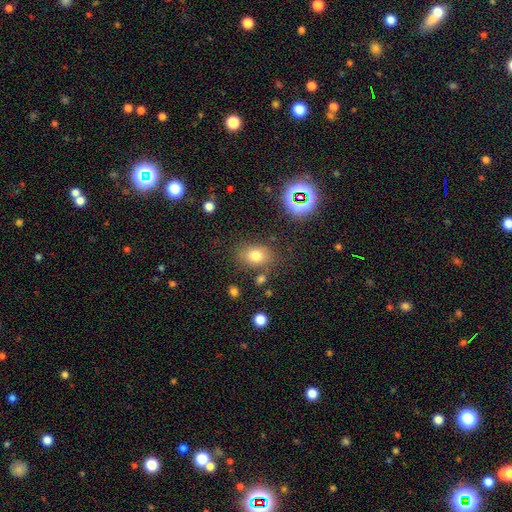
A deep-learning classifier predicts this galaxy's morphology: A smooth galaxy with no disk features (75%) that is in between round and cigar-shaped (69%).

Vote fractions:
- Smooth or featured? smooth: 75% / star or artifact: 14% / featured or disk: 11%
- How rounded? in between: 69% / round: 30% / cigar-shaped: 1%
- Merging? none: 75% / minor disturbance: 14% / merger: 6% / major disturbance: 5%